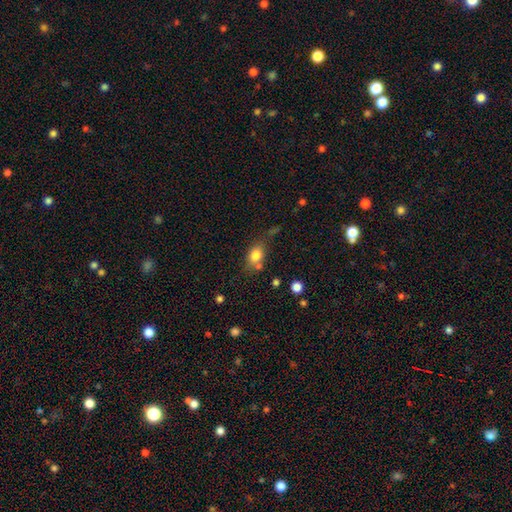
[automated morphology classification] The model was most divided on "merging": none: 61%, minor disturbance: 18%, merger: 15%, major disturbance: 6%. More confident: smooth or featured — smooth (81%); how rounded — in between (75%).